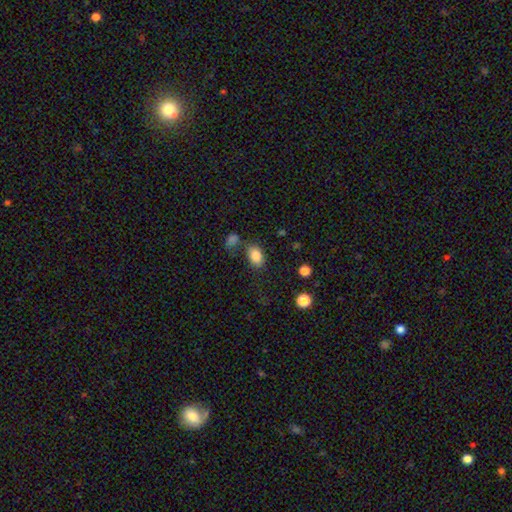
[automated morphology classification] Smooth or featured: smooth — 85% (star or artifact — 9%)
How rounded: in between — 85% (round — 14%)
Merging: none — 70% (minor disturbance — 15%)